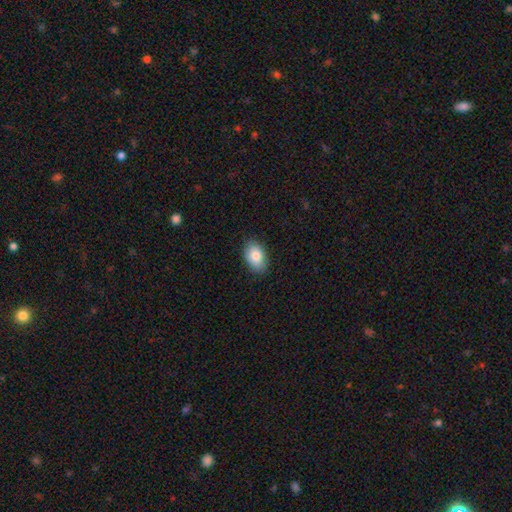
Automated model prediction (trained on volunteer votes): Smooth or featured? Predicted: smooth (p=0.82). How rounded? Predicted: in between (p=0.87). Merging? Predicted: none (p=0.87).